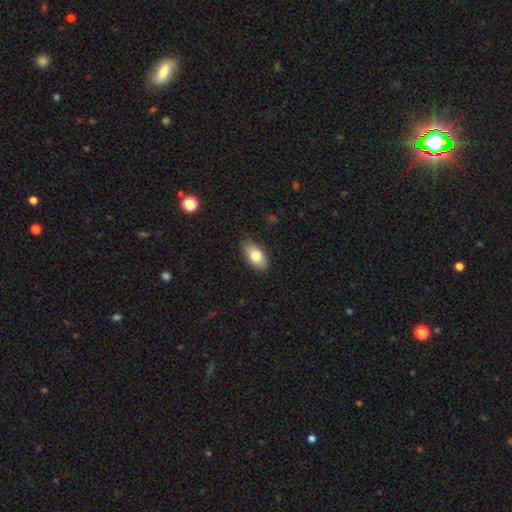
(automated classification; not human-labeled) Morphology: type=smooth (79%); roundness=in between (92%); merging=none (85%).